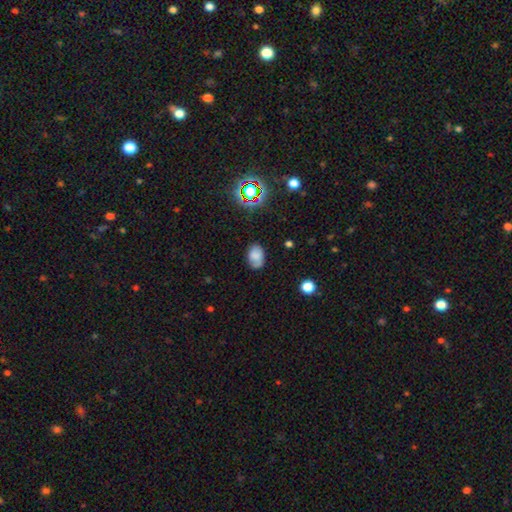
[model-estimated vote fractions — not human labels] smooth_or_featured: smooth (p=0.74) [alt: star or artifact p=0.13]
how_rounded: in between (p=0.82) [alt: round p=0.17]
merging: none (p=0.66) [alt: minor disturbance p=0.25]